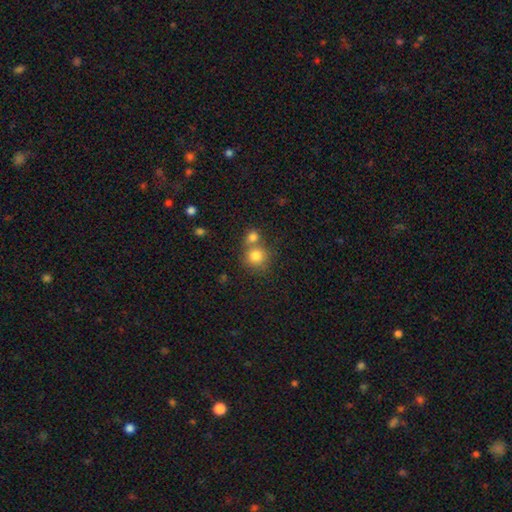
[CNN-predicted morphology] smooth_or_featured: smooth (p=0.81) [alt: star or artifact p=0.11]
how_rounded: round (p=0.88) [alt: in between p=0.11]
merging: none (p=0.50) [alt: merger p=0.40]